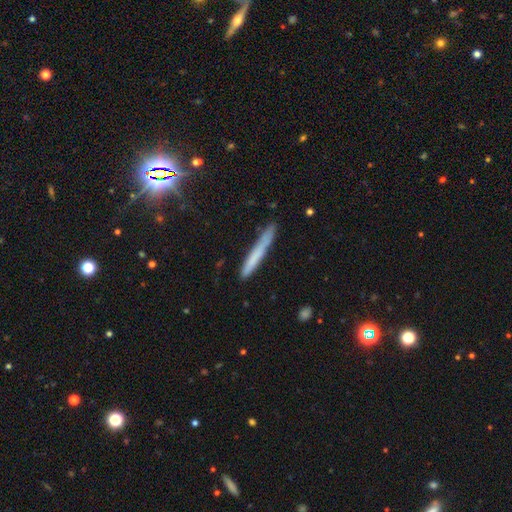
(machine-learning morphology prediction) A smooth galaxy with no disk features (62%) that is cigar-shaped (97%).

Vote fractions:
- Smooth or featured? smooth: 62% / featured or disk: 29% / star or artifact: 9%
- How rounded? cigar-shaped: 97% / in between: 2% / round: 1%
- Merging? none: 80% / minor disturbance: 15% / major disturbance: 3% / merger: 2%